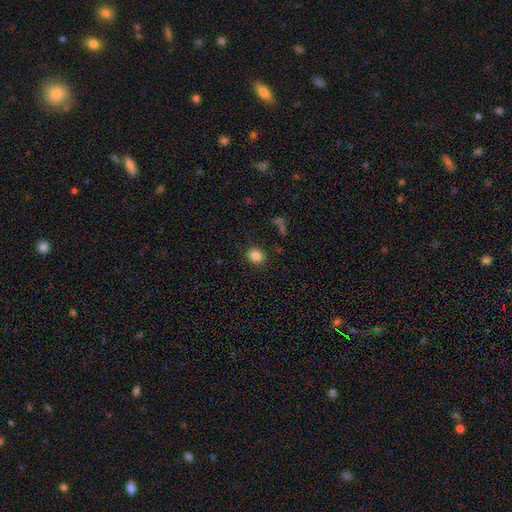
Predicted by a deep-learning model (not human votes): Smooth or featured?
  - smooth: 86% *
  - star or artifact: 10%
  - featured or disk: 4%
How rounded?
  - round: 74% *
  - in between: 25%
  - cigar-shaped: 1%
Merging?
  - none: 87% *
  - minor disturbance: 8%
  - major disturbance: 3%
  - merger: 2%